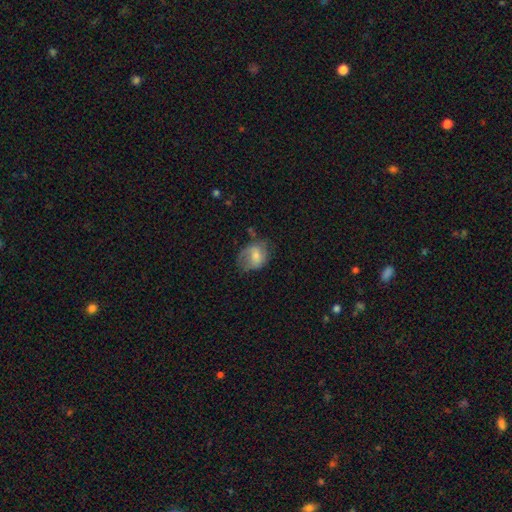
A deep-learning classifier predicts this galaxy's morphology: A smooth galaxy with no disk features (57%) that is in between round and cigar-shaped (61%). Merging: none (46%).